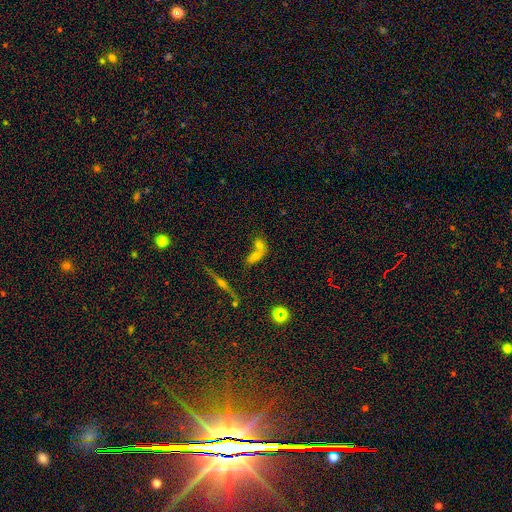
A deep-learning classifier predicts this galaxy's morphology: The model was most divided on "smooth or featured": smooth: 53%, featured or disk: 31%, star or artifact: 16%. More confident: how rounded — in between (69%); merging — merger (64%).